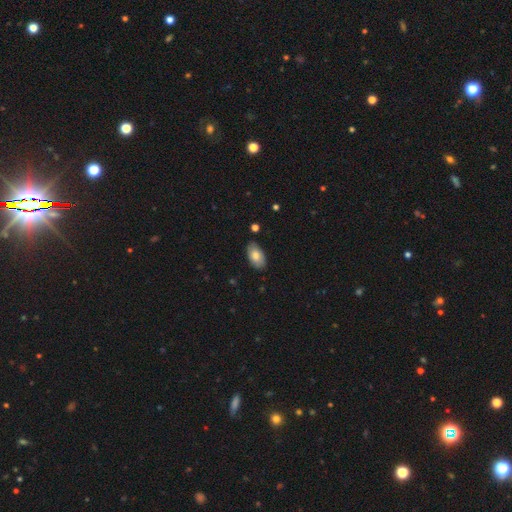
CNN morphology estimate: smooth_or_featured: smooth (p=0.79) [alt: featured or disk p=0.15]
how_rounded: in between (p=0.94) [alt: round p=0.04]
merging: none (p=0.83) [alt: minor disturbance p=0.13]